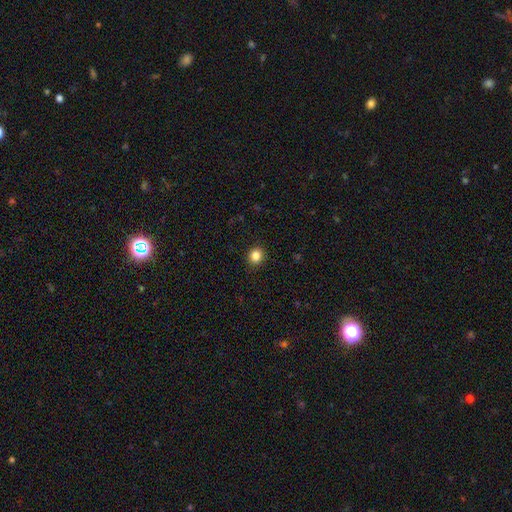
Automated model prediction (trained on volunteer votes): Smooth or featured? smooth (85%)
How rounded? round (79%)
Merging? none (91%)